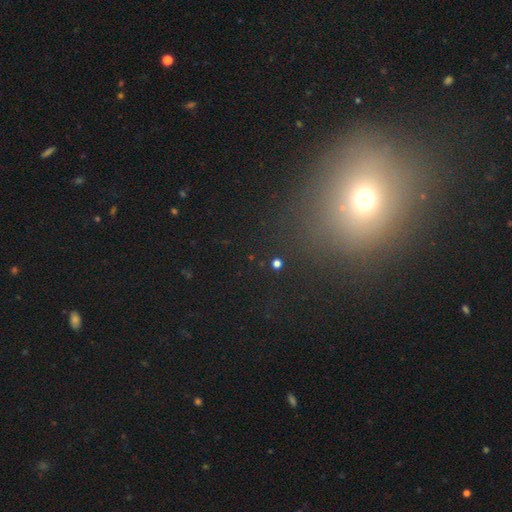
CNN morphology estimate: A smooth galaxy with no disk features (48%).

Vote fractions:
- Smooth or featured? smooth: 48% / star or artifact: 41% / featured or disk: 10%
- Merging? none: 83% / minor disturbance: 9% / major disturbance: 5% / merger: 3%